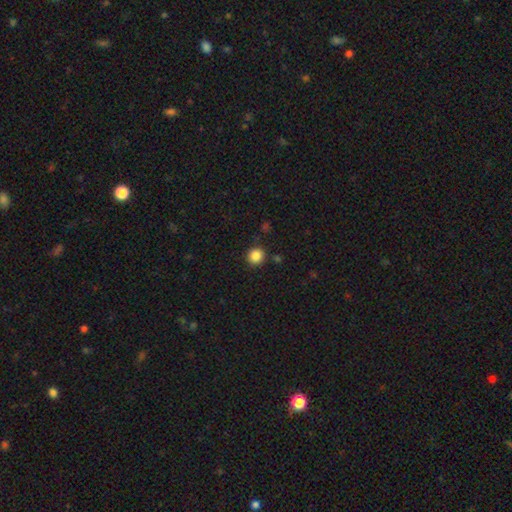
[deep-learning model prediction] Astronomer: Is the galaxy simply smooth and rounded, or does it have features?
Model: smooth — 86%.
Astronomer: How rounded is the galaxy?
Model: round — 90%.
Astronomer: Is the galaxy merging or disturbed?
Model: none — 89%.